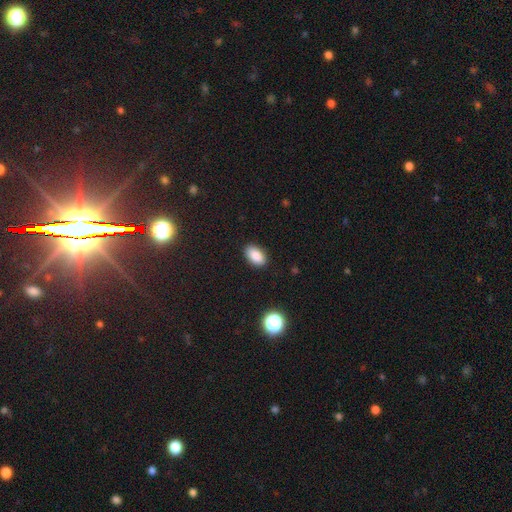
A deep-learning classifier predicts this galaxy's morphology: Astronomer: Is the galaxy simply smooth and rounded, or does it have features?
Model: smooth — 87%.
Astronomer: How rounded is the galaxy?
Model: in between — 92%.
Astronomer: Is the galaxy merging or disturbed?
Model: none — 88%.